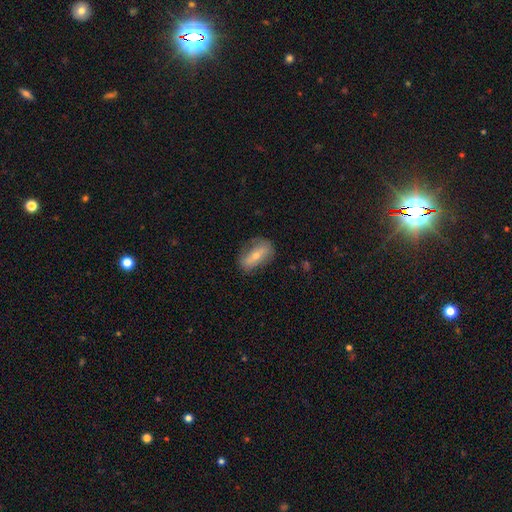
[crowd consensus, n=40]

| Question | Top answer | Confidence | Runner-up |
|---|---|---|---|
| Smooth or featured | featured or disk | 68% | smooth (20%) |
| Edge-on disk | no | 81% | yes (19%) |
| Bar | strong | 55% | no (36%) |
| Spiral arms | no | 82% | yes (18%) |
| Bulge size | moderate | 55% | small (41%) |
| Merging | none | 74% | minor disturbance (14%) |